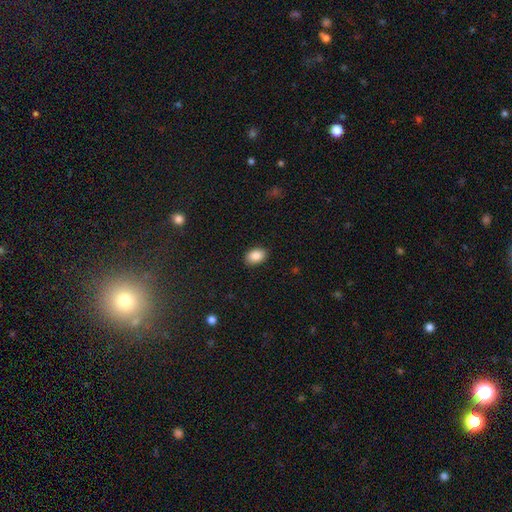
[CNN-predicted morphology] A smooth galaxy with no disk features (88%) that is in between round and cigar-shaped (83%).

Vote fractions:
- Smooth or featured? smooth: 88% / star or artifact: 8% / featured or disk: 4%
- How rounded? in between: 83% / round: 15% / cigar-shaped: 1%
- Merging? none: 88% / minor disturbance: 9% / major disturbance: 2% / merger: 1%